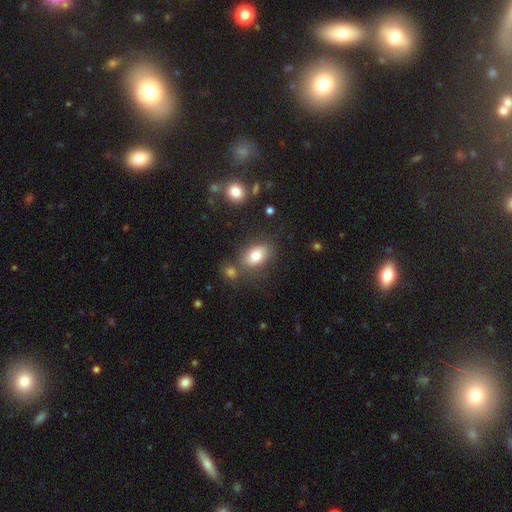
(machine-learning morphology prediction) Smooth or featured: smooth — 78% (featured or disk — 13%)
How rounded: in between — 84% (round — 14%)
Merging: none — 70% (minor disturbance — 14%)